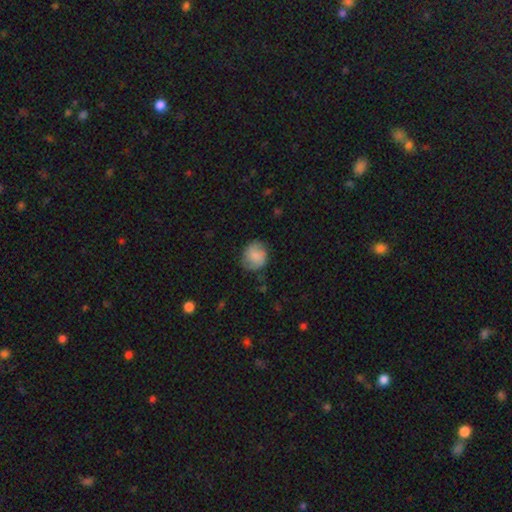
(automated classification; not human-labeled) Q: Smooth or featured?
A: smooth (77%); runner-up: featured or disk (15%)
Q: How rounded?
A: round (79%); runner-up: in between (20%)
Q: Merging?
A: none (71%); runner-up: minor disturbance (21%)